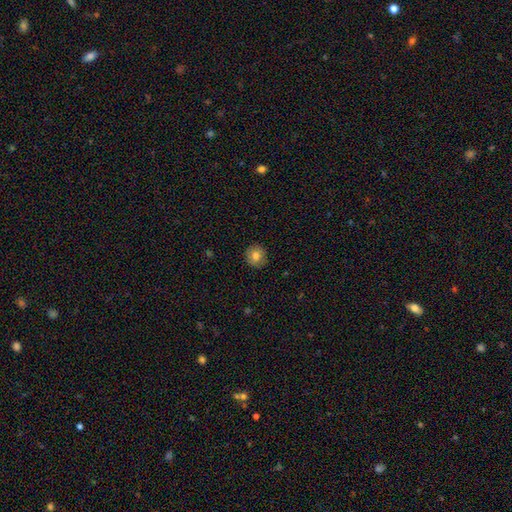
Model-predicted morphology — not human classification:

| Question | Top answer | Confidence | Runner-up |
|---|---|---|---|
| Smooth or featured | smooth | 81% | featured or disk (10%) |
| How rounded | round | 92% | in between (7%) |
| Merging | none | 90% | minor disturbance (7%) |